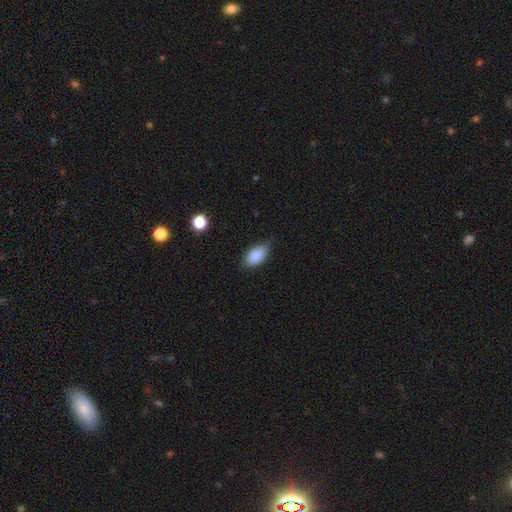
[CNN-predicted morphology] Overall: smooth (86%). How rounded: in between (91%). Merging: none (68%).